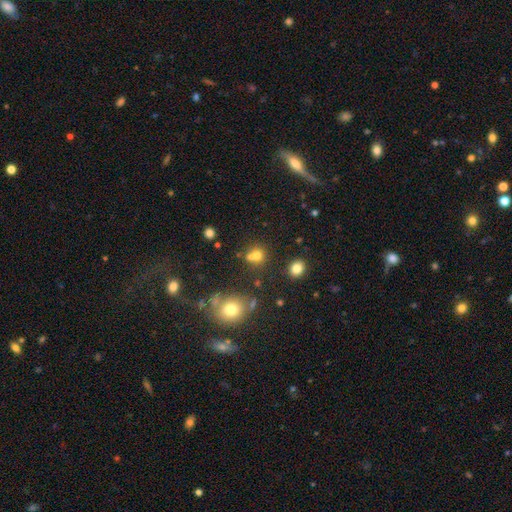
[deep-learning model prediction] The model was most divided on "merging": none: 53%, merger: 34%, minor disturbance: 9%, major disturbance: 4%. More confident: how rounded — round (83%); smooth or featured — smooth (72%).